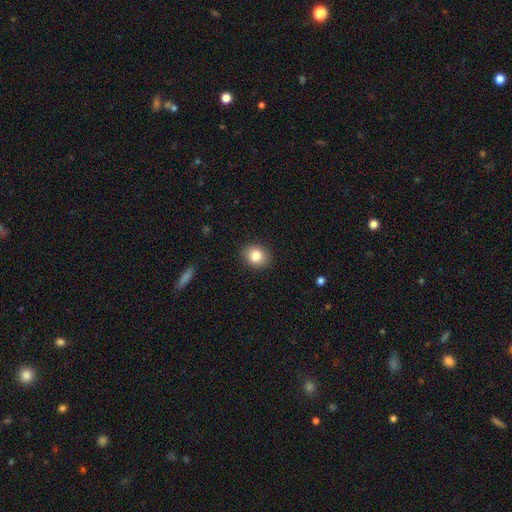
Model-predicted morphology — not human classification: Smooth or featured? smooth (84%)
How rounded? round (62%)
Merging? none (89%)